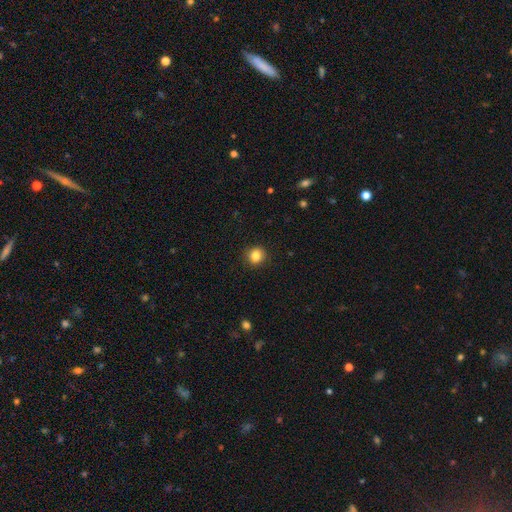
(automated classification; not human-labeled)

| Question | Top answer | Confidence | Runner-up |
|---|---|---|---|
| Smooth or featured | smooth | 85% | star or artifact (10%) |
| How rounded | round | 87% | in between (12%) |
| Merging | none | 90% | minor disturbance (7%) |